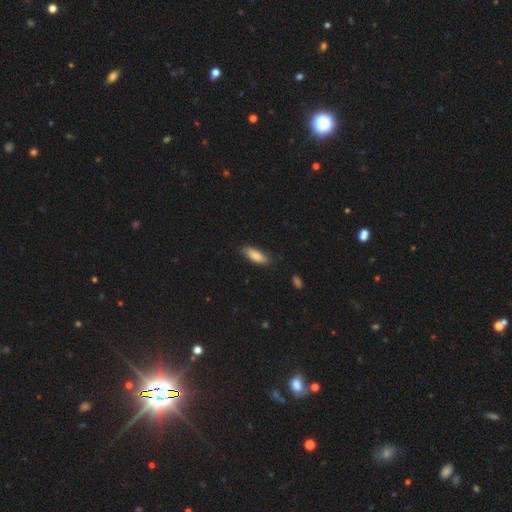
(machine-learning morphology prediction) A smooth galaxy with no disk features (84%) that is in between round and cigar-shaped (68%).

Vote fractions:
- Smooth or featured? smooth: 84% / featured or disk: 10% / star or artifact: 6%
- How rounded? in between: 68% / cigar-shaped: 30% / round: 2%
- Merging? none: 80% / minor disturbance: 16% / major disturbance: 3% / merger: 1%